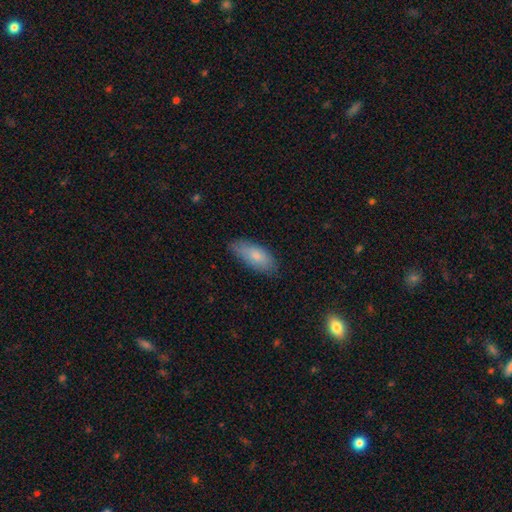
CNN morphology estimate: A smooth galaxy with no disk features (80%) that is in between round and cigar-shaped (83%).

Vote fractions:
- Smooth or featured? smooth: 80% / featured or disk: 14% / star or artifact: 6%
- How rounded? in between: 83% / cigar-shaped: 15% / round: 2%
- Merging? none: 75% / minor disturbance: 20% / major disturbance: 3% / merger: 1%